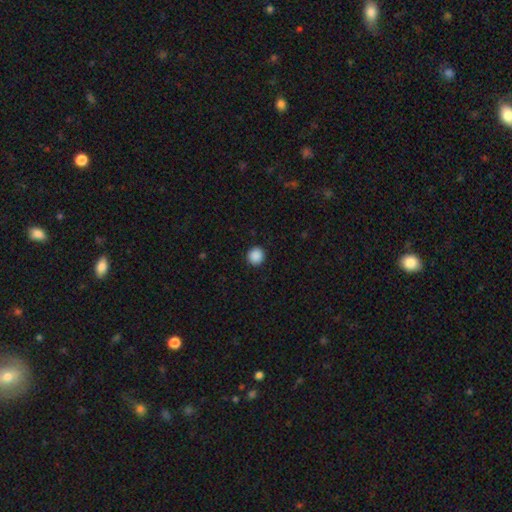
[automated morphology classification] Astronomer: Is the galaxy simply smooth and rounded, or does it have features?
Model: smooth — 89%.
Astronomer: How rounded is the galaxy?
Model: round — 93%.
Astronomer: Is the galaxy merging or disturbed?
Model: none — 93%.